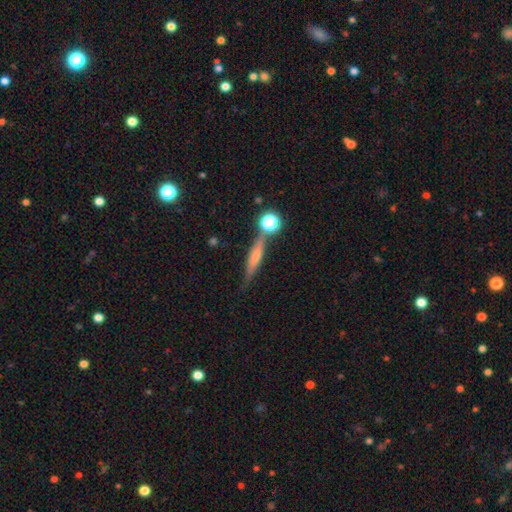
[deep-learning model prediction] Overall: featured or disk (54%; smooth 34%). Edge-on disk: yes (94%). Edge-on bulge: rounded (50%; none 29%). Merging: none (75%).